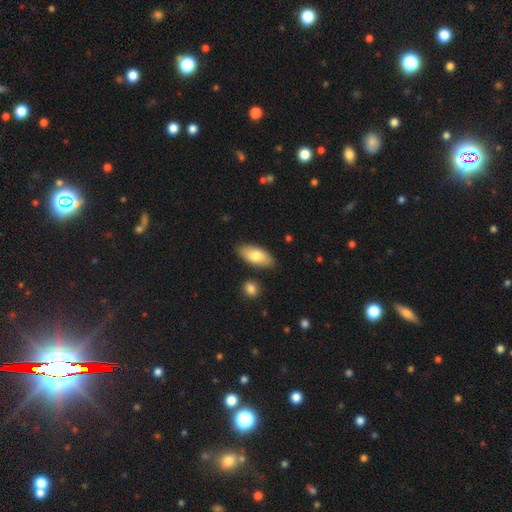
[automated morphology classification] smooth_or_featured: smooth (p=0.78) [alt: featured or disk p=0.16]
how_rounded: in between (p=0.87) [alt: cigar-shaped p=0.11]
merging: none (p=0.84) [alt: minor disturbance p=0.10]